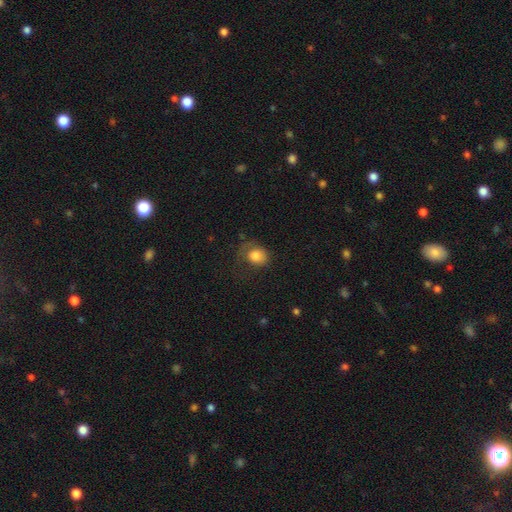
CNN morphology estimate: The model was most divided on "merging": none: 48%, major disturbance: 26%, minor disturbance: 24%, merger: 2%. More confident: smooth or featured — smooth (79%); how rounded — round (62%).